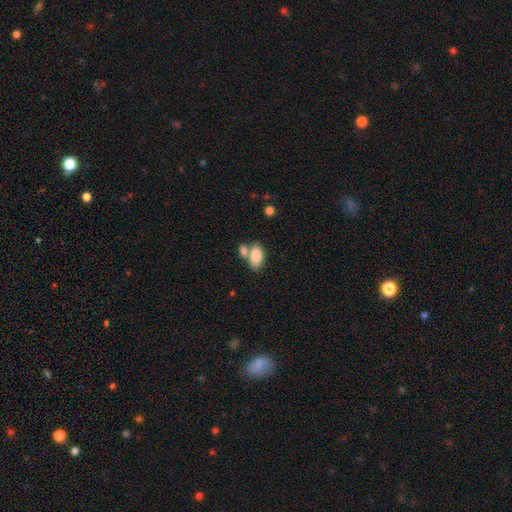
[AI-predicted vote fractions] This is clearly a smooth galaxy (84%). How rounded: clearly in between (92%). Merging: marginally none (44%).